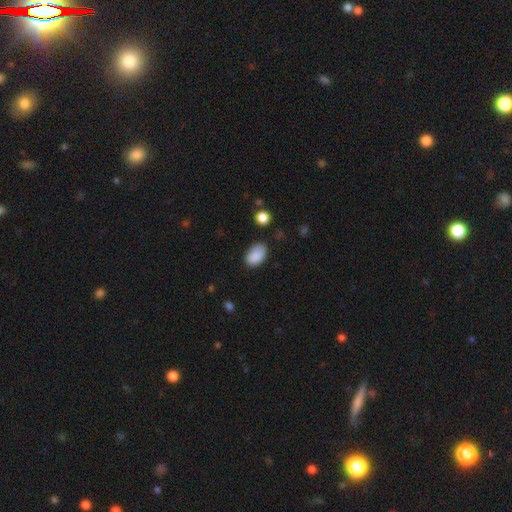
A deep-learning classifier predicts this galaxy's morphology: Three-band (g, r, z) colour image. It shows a smooth galaxy with no disk features (87%) that is in between round and cigar-shaped (91%). Merging: none (69%).